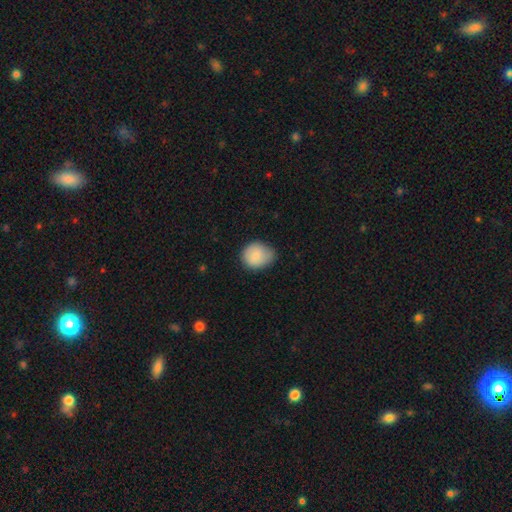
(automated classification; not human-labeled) smooth-or-featured: smooth: 85% | featured or disk: 8% | star or artifact: 7%
  how-rounded: round: 60% | in between: 39% | cigar-shaped: 1%
  merging: none: 60% | minor disturbance: 32% | major disturbance: 6% | merger: 1%